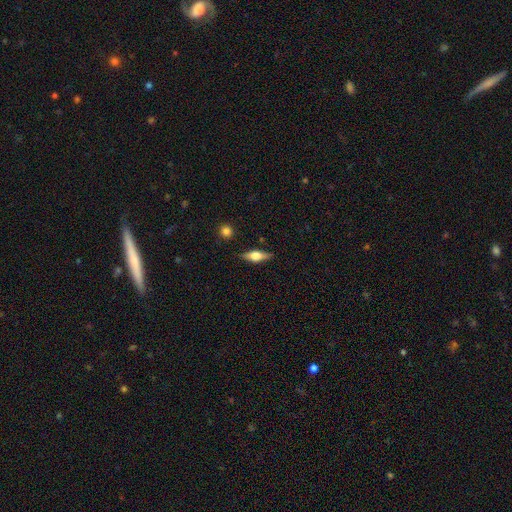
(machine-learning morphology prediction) Smooth or featured: featured or disk — 56% (smooth — 37%)
Edge-on disk: yes — 94% (no — 6%)
Edge-on bulge: rounded — 90% (boxy — 9%)
Merging: none — 84% (minor disturbance — 11%)